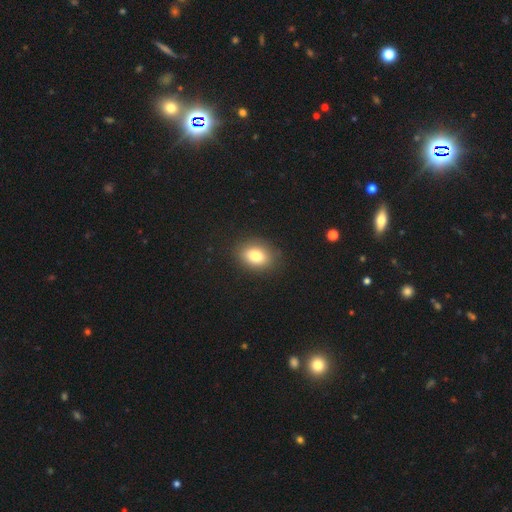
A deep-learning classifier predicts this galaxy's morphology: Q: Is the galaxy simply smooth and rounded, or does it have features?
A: smooth — 81%.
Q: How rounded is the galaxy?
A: in between — 72%.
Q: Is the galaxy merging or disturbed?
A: none — 86%.